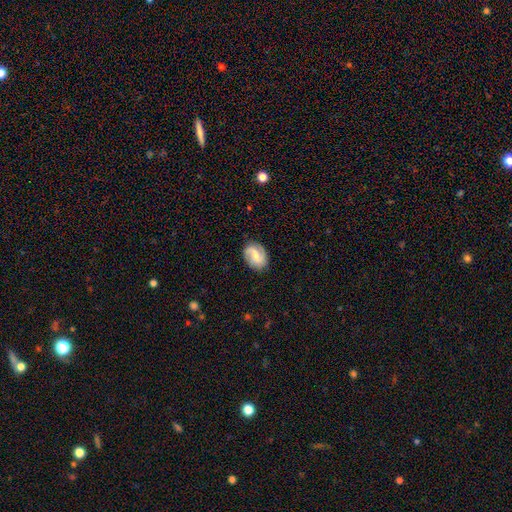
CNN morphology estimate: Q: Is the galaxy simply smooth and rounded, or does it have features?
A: featured or disk — 66%.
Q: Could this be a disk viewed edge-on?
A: no — 97%.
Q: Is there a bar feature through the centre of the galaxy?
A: weak — 50%.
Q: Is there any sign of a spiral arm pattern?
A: yes — 92%.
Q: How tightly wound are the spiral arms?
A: medium — 42%.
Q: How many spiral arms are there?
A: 2 — 83%.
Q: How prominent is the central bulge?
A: small — 47%.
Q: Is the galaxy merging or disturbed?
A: none — 82%.